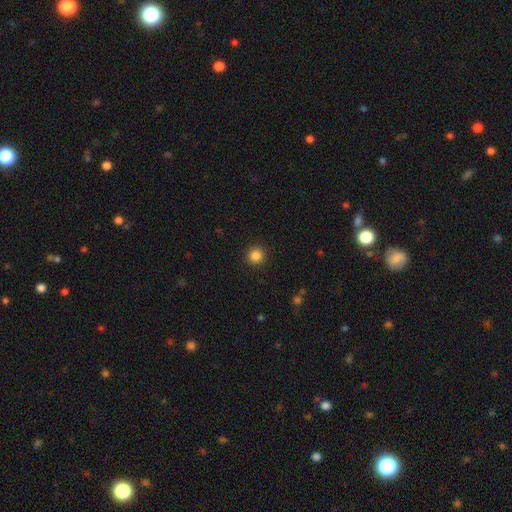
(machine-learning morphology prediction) Q: Smooth or featured?
A: smooth (85%); runner-up: star or artifact (11%)
Q: How rounded?
A: round (95%); runner-up: in between (4%)
Q: Merging?
A: none (92%); runner-up: minor disturbance (5%)